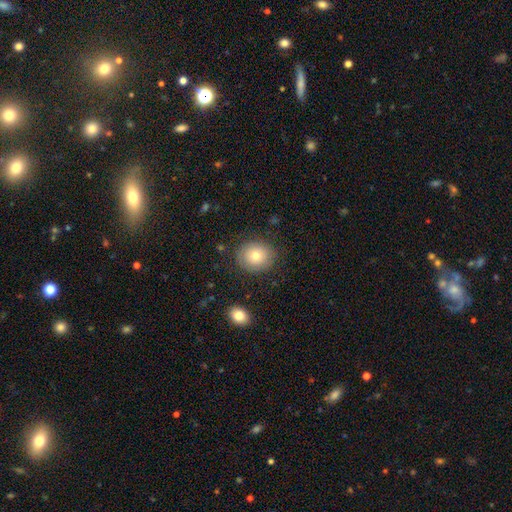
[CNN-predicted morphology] Smooth or featured? Predicted: smooth (p=0.71). How rounded? Predicted: round (p=0.78). Merging? Predicted: none (p=0.83).